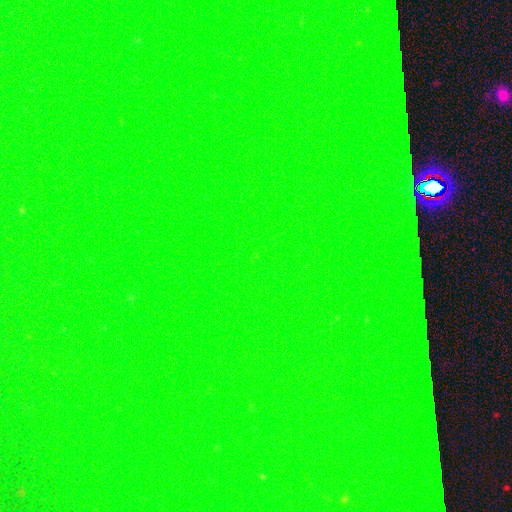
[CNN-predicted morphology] star or artifact 81%, smooth 11%, featured or disk 8%.